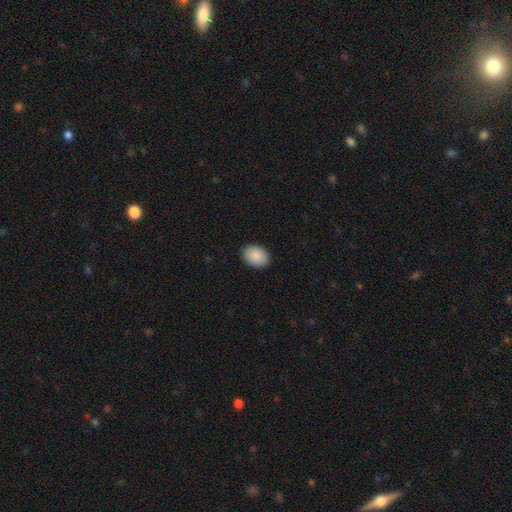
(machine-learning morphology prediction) Smooth or featured? smooth (90%)
How rounded? in between (79%)
Merging? none (90%)